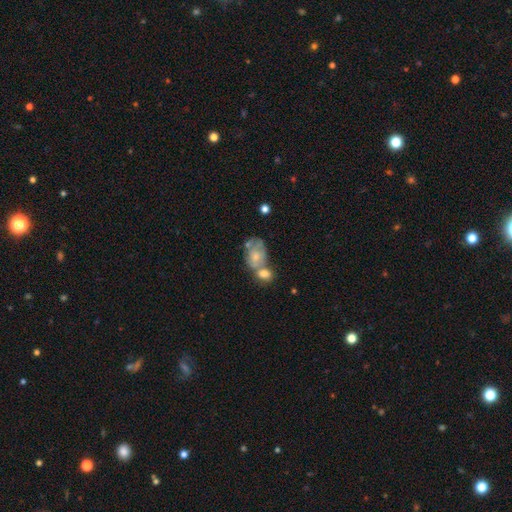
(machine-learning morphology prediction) smooth 57%, featured or disk 35%, star or artifact 8%. Down the decision tree: how rounded — in between (80%); merging — merger (52%).